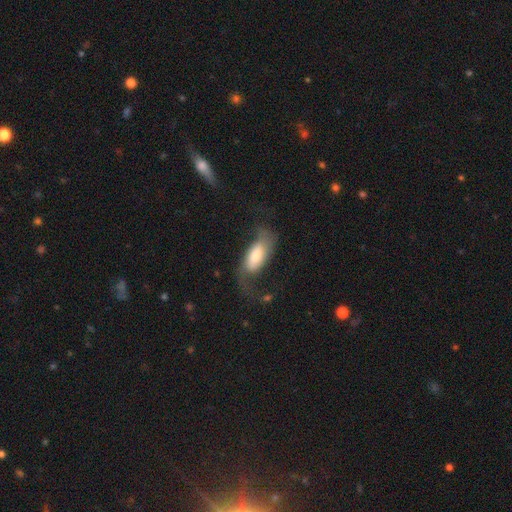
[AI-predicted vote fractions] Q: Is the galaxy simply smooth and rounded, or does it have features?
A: smooth — 48%.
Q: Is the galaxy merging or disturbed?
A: none — 42%.